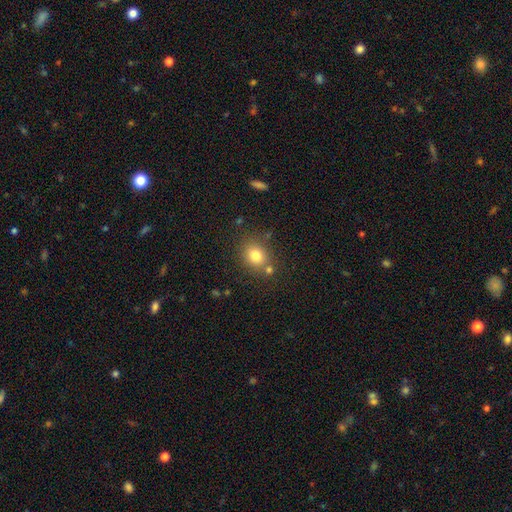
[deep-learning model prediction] This appears to be a smooth galaxy with no disk features (78%) that is round (67%). Merging: none (73%).